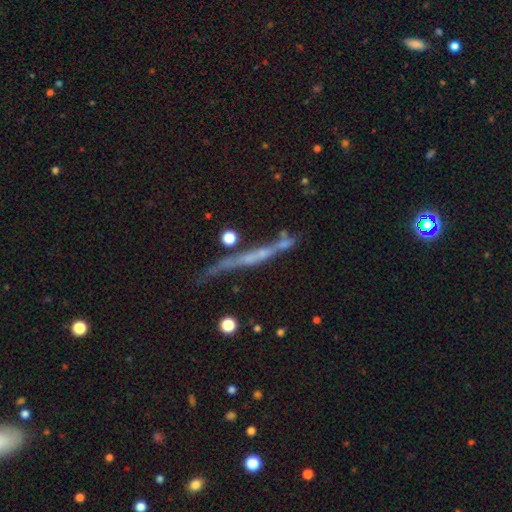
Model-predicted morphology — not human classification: featured or disk 61%, smooth 27%, star or artifact 12%. Down the decision tree: edge-on disk — yes (86%); edge-on bulge — none (72%); merging — none (57%).